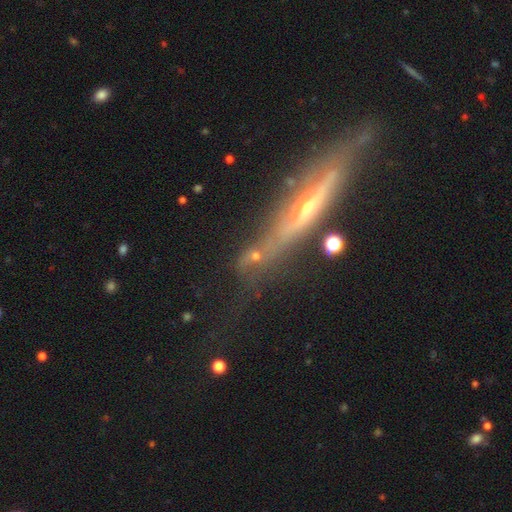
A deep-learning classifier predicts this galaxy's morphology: Smooth or featured? featured or disk (69%)
Edge-on disk? yes (80%)
Edge-on bulge? rounded (77%)
Merging? none (54%)